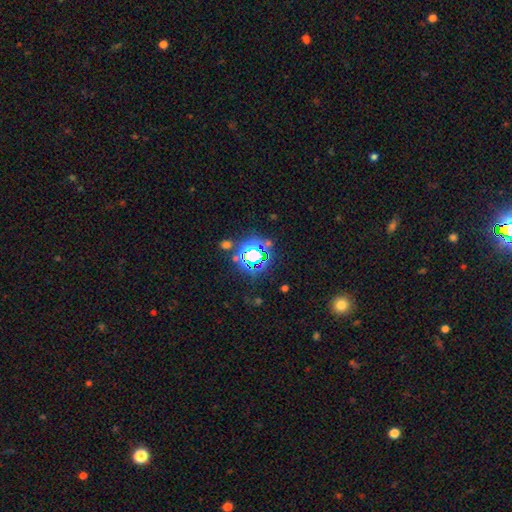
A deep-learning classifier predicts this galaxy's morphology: Smooth or featured? star or artifact (68%)